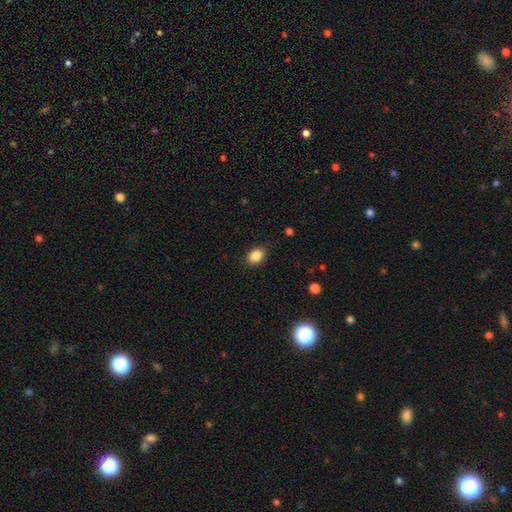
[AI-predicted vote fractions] This is clearly a smooth galaxy (87%). How rounded: likely in between (69%). Merging: clearly none (87%).